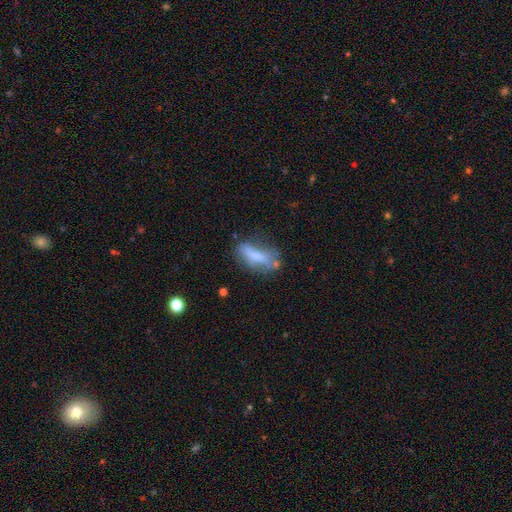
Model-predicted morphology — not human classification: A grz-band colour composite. It shows a smooth galaxy with no disk features (56%) that is in between round and cigar-shaped (66%). Merging: none (45%).